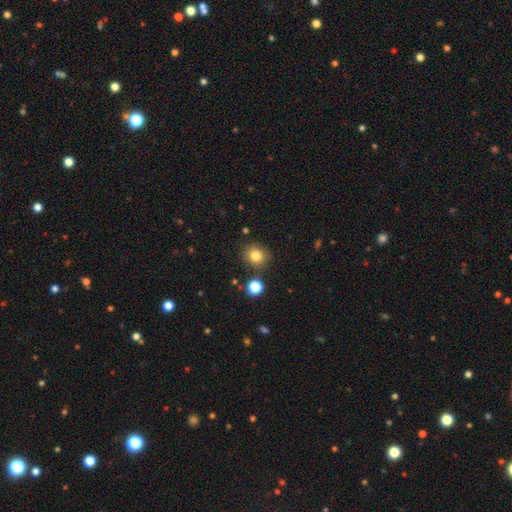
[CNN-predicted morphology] This is clearly a smooth galaxy (81%). How rounded: clearly round (82%). Merging: clearly none (84%).